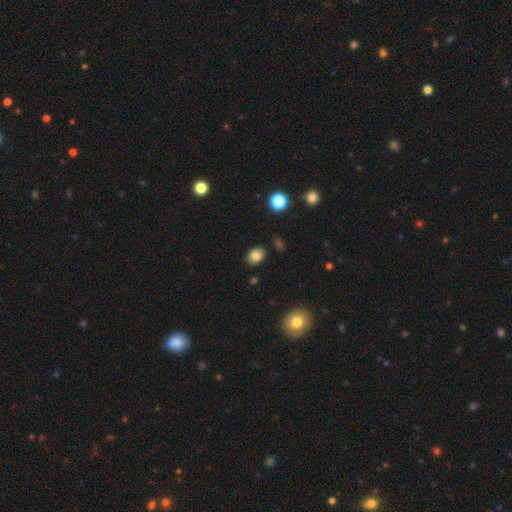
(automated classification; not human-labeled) Smooth or featured?
  - smooth: 82% *
  - star or artifact: 10%
  - featured or disk: 8%
How rounded?
  - in between: 67% *
  - round: 32%
  - cigar-shaped: 1%
Merging?
  - none: 85% *
  - minor disturbance: 10%
  - major disturbance: 2%
  - merger: 2%